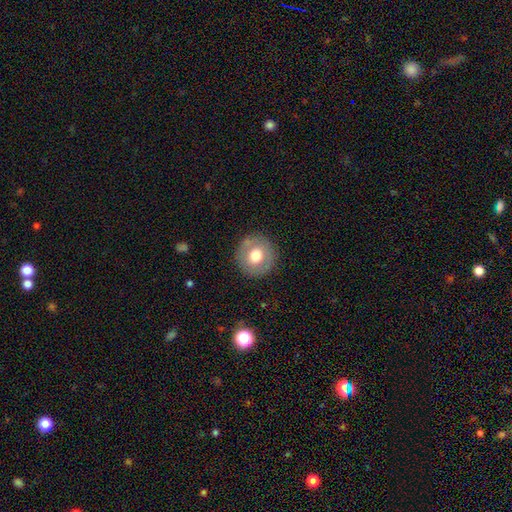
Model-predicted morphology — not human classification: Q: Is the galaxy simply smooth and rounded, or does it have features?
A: smooth — 64%.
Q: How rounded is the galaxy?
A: round — 92%.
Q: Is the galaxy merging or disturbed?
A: none — 87%.